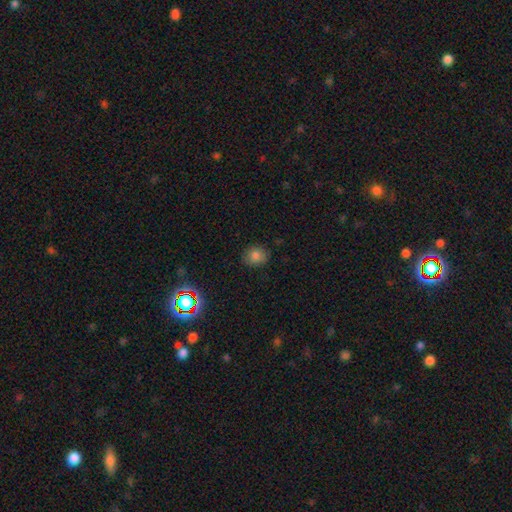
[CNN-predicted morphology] The model was most divided on "how rounded": round: 70%, in between: 29%, cigar-shaped: 1%. More confident: merging — none (86%); smooth or featured — smooth (79%).